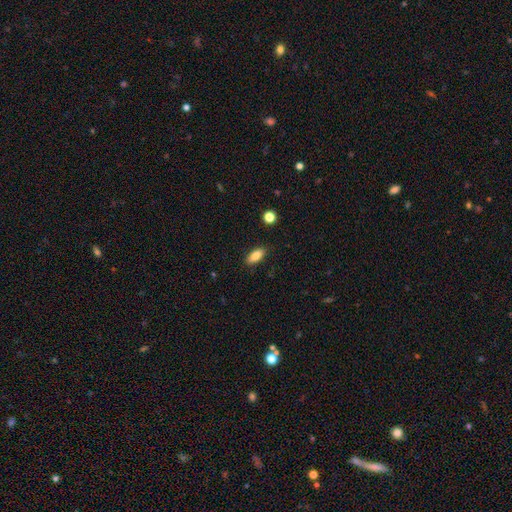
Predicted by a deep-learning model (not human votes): Smooth or featured? Predicted: smooth (p=0.85). How rounded? Predicted: in between (p=0.80). Merging? Predicted: none (p=0.87).